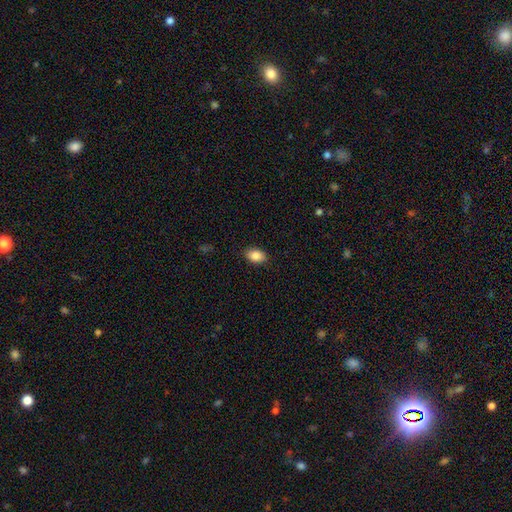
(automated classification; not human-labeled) This appears to be a smooth galaxy with no disk features (87%) that is in between round and cigar-shaped (88%). Merging: none (88%).